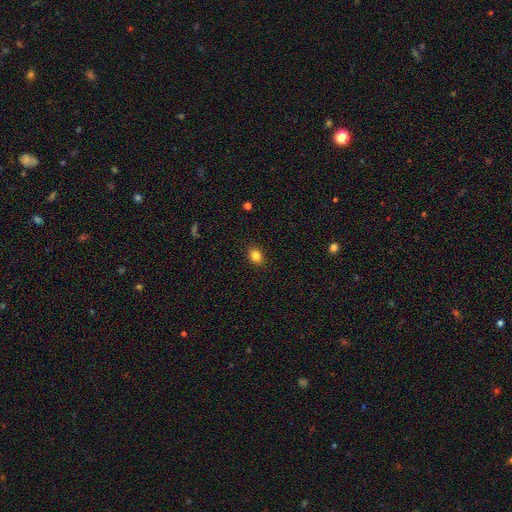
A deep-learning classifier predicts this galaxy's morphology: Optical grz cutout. It shows a smooth galaxy with no disk features (84%) that is in between round and cigar-shaped (65%). Merging: none (89%).